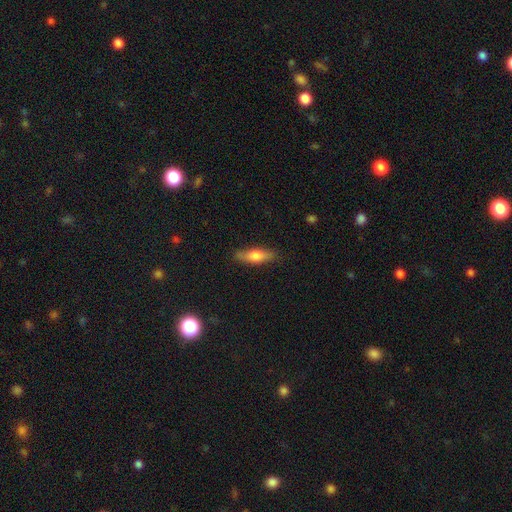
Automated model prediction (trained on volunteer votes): Q: Smooth or featured?
A: smooth (63%); runner-up: featured or disk (31%)
Q: How rounded?
A: cigar-shaped (55%); runner-up: in between (42%)
Q: Merging?
A: none (84%); runner-up: minor disturbance (12%)